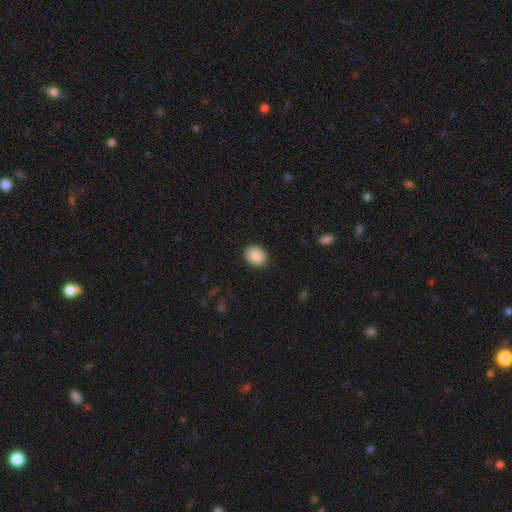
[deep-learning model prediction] Smooth or featured? smooth (89%)
How rounded? in between (56%)
Merging? none (88%)